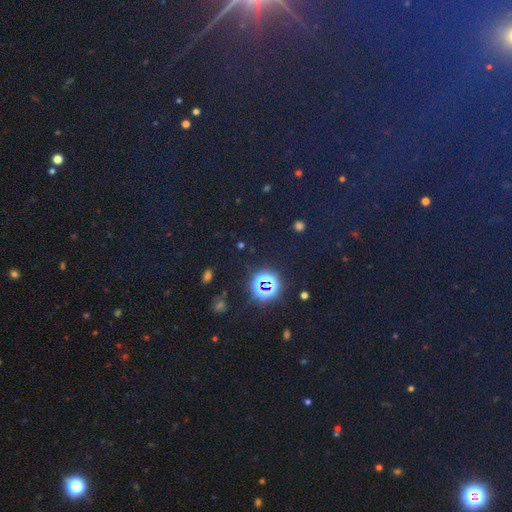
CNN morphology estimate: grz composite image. It shows a star or artifact, not a galaxy (80%).